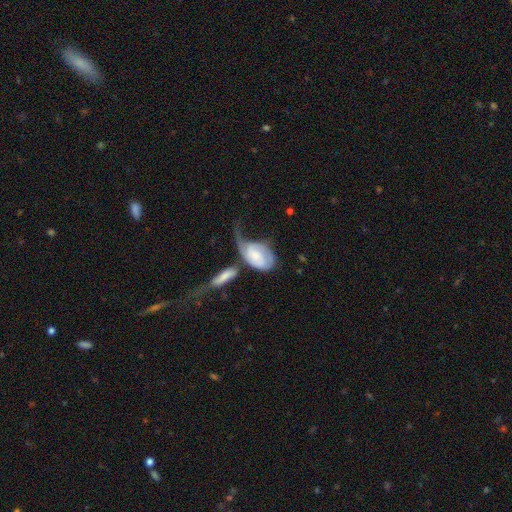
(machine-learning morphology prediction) A featured or disk galaxy (48%). Merging: major disturbance (47%).